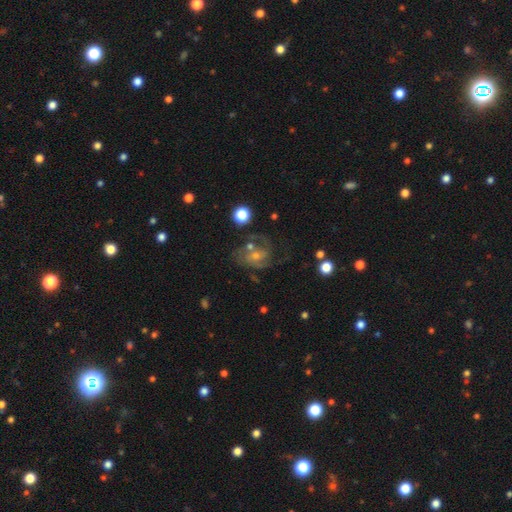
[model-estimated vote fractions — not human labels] Smooth or featured? Predicted: featured or disk (p=0.72). Edge-on disk? Predicted: no (p=0.97). Bar? Predicted: no (p=0.55). Spiral arms? Predicted: yes (p=0.85). Spiral winding? Predicted: medium (p=0.47). Spiral arm count? Predicted: 2 (p=0.37). Bulge size? Predicted: small (p=0.55). Merging? Predicted: none (p=0.50).